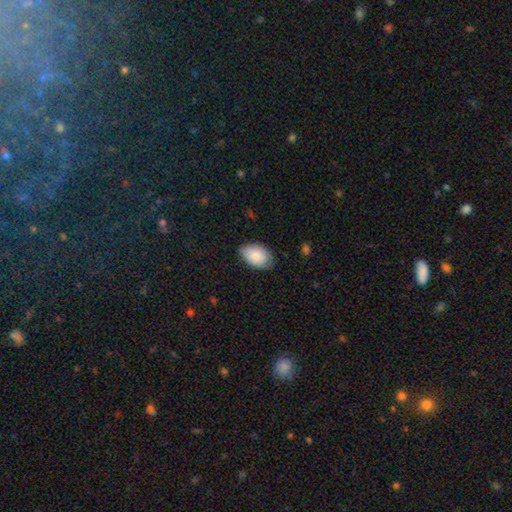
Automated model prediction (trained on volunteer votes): smooth_or_featured: smooth (p=0.87) [alt: featured or disk p=0.07]
how_rounded: in between (p=0.90) [alt: round p=0.09]
merging: none (p=0.74) [alt: minor disturbance p=0.22]